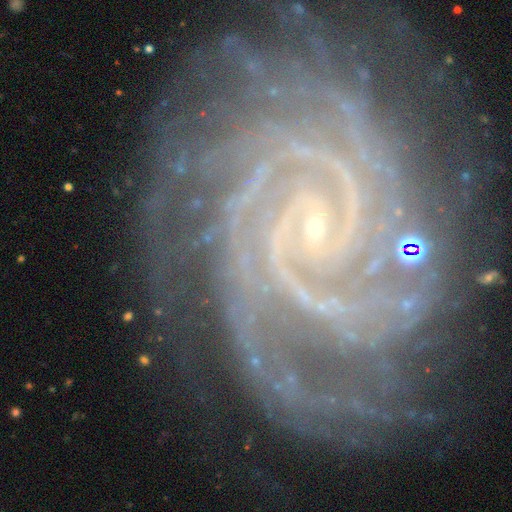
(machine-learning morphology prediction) Smooth or featured? Predicted: featured or disk (p=0.92). Edge-on disk? Predicted: no (p=0.98). Bar? Predicted: no (p=0.46). Spiral arms? Predicted: yes (p=0.99). Spiral winding? Predicted: tight (p=0.75). Spiral arm count? Predicted: 2 (p=0.33). Bulge size? Predicted: small (p=0.87). Merging? Predicted: none (p=0.71).